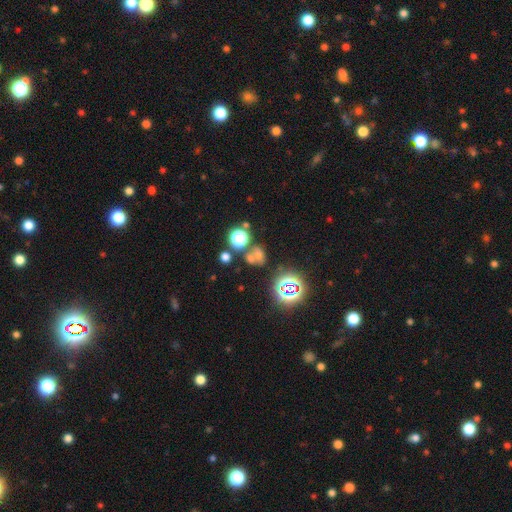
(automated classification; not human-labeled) This appears to be a smooth galaxy with no disk features (48%). Merging: none (46%).